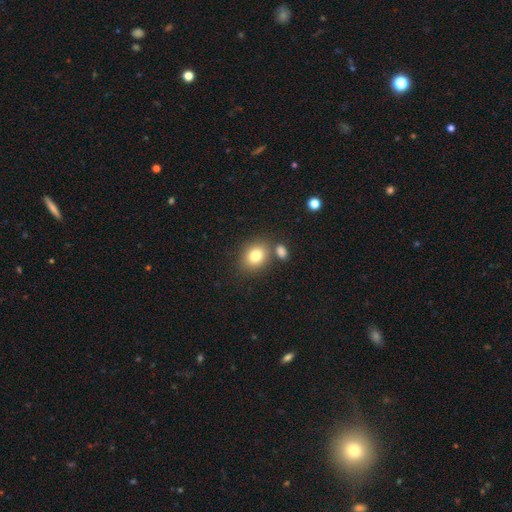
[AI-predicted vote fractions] Smooth or featured? smooth (80%)
How rounded? in between (51%)
Merging? none (69%)